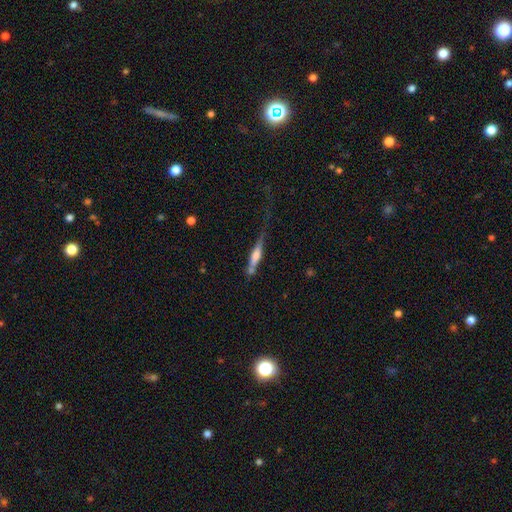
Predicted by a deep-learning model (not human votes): Overall: smooth (48%; featured or disk 45%). Merging: none (45%; minor disturbance 26%).